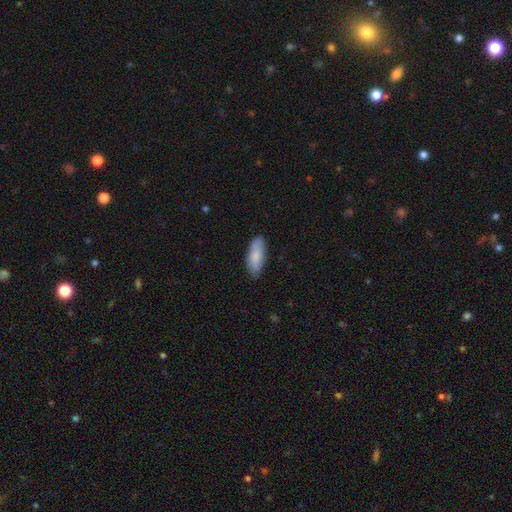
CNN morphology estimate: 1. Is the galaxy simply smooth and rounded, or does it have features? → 77% smooth, 17% featured or disk, 6% star or artifact.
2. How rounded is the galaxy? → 79% in between, 19% cigar-shaped, 2% round.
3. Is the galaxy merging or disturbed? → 79% none, 17% minor disturbance, 3% major disturbance, 1% merger.